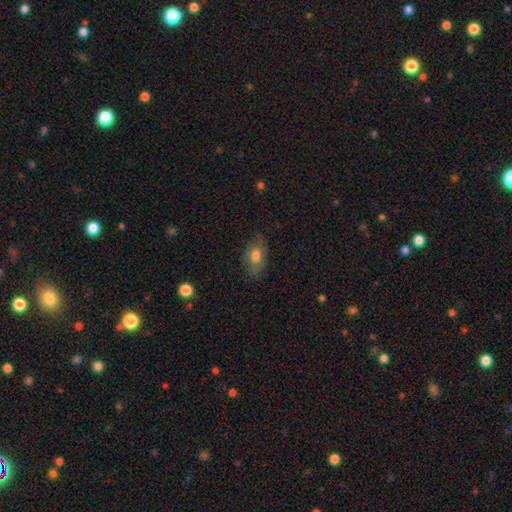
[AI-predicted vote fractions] Smooth or featured: smooth — 70% (featured or disk — 21%)
How rounded: in between — 88% (round — 10%)
Merging: none — 74% (minor disturbance — 19%)